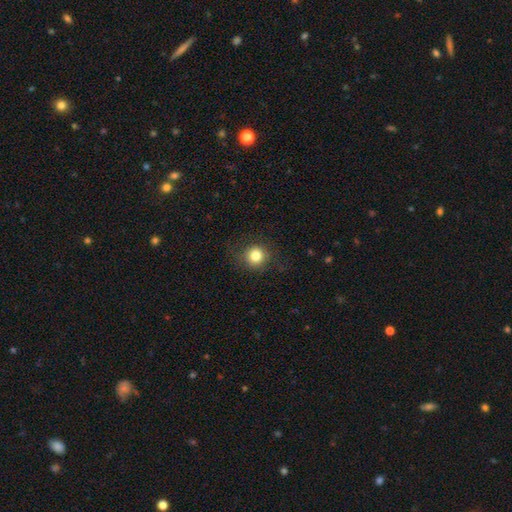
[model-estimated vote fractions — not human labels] Smooth or featured?
  - smooth: 82% *
  - star or artifact: 11%
  - featured or disk: 6%
How rounded?
  - round: 91% *
  - in between: 8%
  - cigar-shaped: 1%
Merging?
  - none: 85% *
  - minor disturbance: 10%
  - major disturbance: 4%
  - merger: 1%